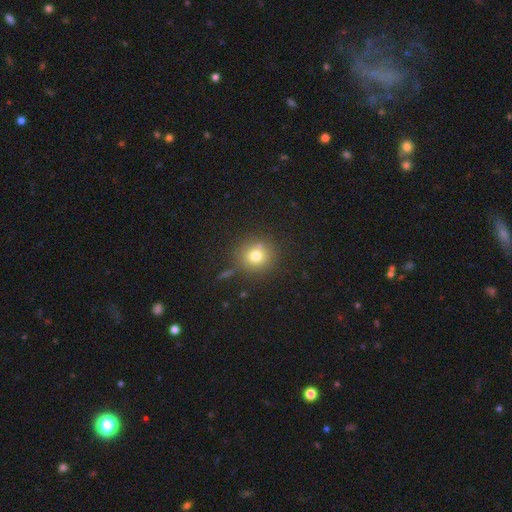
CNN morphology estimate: smooth-or-featured: smooth: 75% | star or artifact: 15% | featured or disk: 10%
  how-rounded: round: 90% | in between: 9% | cigar-shaped: 1%
  merging: none: 80% | minor disturbance: 9% | merger: 7% | major disturbance: 3%